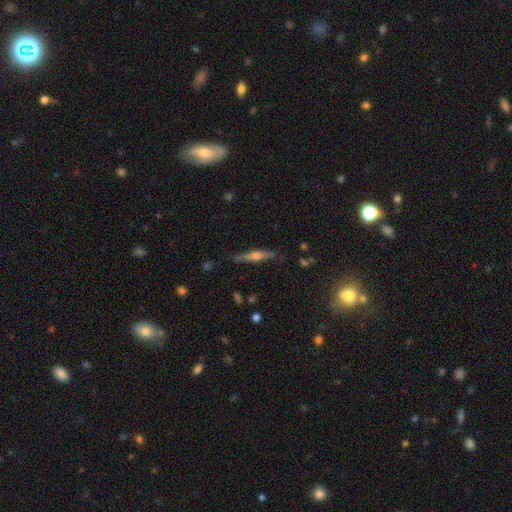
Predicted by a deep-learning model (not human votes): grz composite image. It shows a featured or disk galaxy (62%) viewed edge-on (95%) with a rounded central bulge (84%). Merging: none (83%).